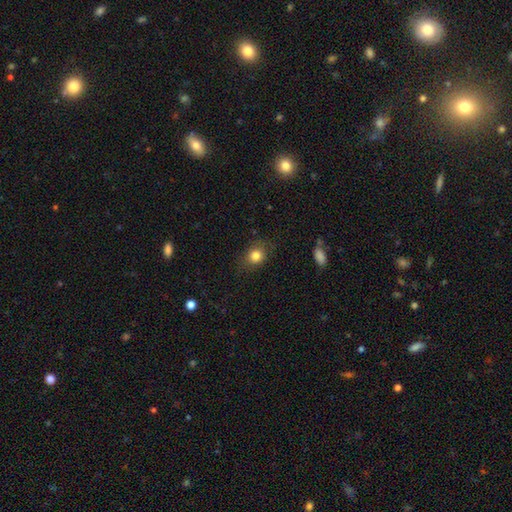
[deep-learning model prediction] This appears to be a smooth galaxy with no disk features (81%) that is round (61%). Merging: none (78%).